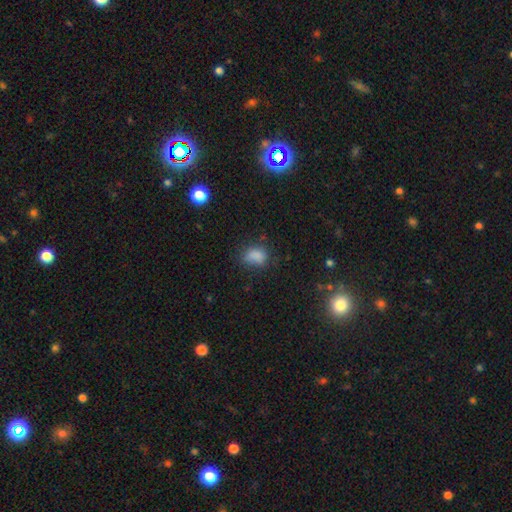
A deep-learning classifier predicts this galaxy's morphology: A smooth galaxy with no disk features (80%) that is in between round and cigar-shaped (73%). Merging: none (55%).